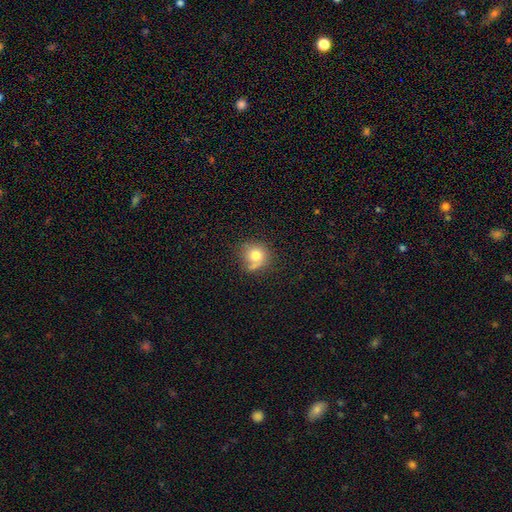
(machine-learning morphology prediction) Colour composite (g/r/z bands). It shows a smooth galaxy with no disk features (76%) that is round (84%). Merging: none (54%).